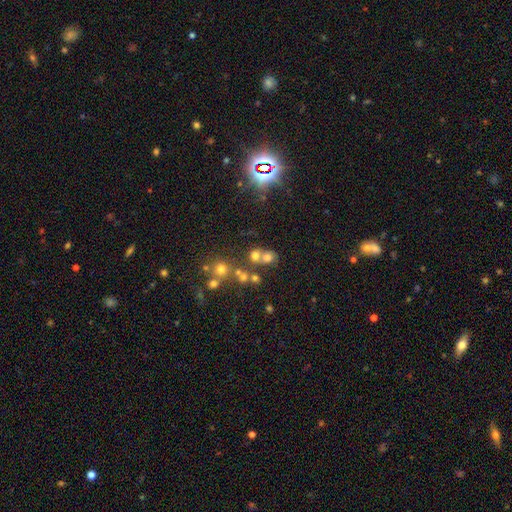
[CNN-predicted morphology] This appears to be a smooth galaxy with no disk features (62%) that is round (76%). Merging: none (46%).